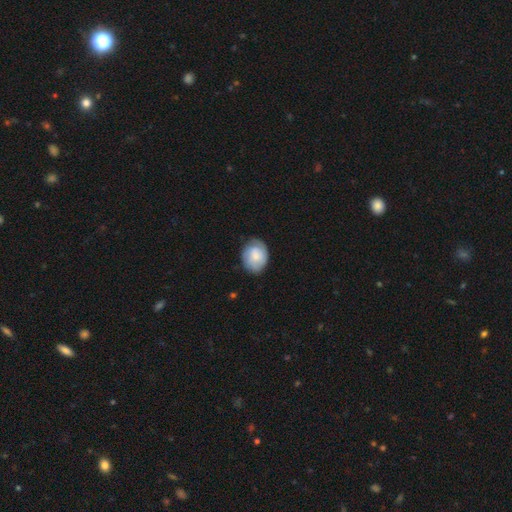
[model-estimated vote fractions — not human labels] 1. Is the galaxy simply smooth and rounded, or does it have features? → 65% smooth, 29% featured or disk, 6% star or artifact.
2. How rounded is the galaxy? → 54% in between, 45% round, 1% cigar-shaped.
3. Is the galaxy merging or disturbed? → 70% none, 23% minor disturbance, 6% major disturbance, 1% merger.